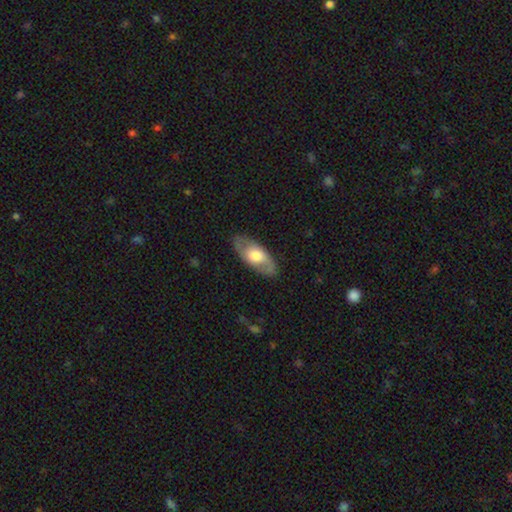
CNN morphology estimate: smooth-or-featured: smooth: 48% | featured or disk: 47% | star or artifact: 5%
  merging: none: 83% | minor disturbance: 12% | major disturbance: 4% | merger: 1%